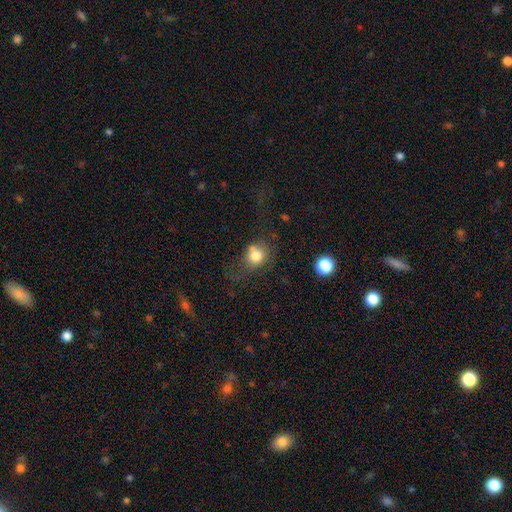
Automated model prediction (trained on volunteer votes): Smooth or featured: smooth — 77% (star or artifact — 11%)
How rounded: round — 71% (in between — 28%)
Merging: none — 49% (minor disturbance — 22%)